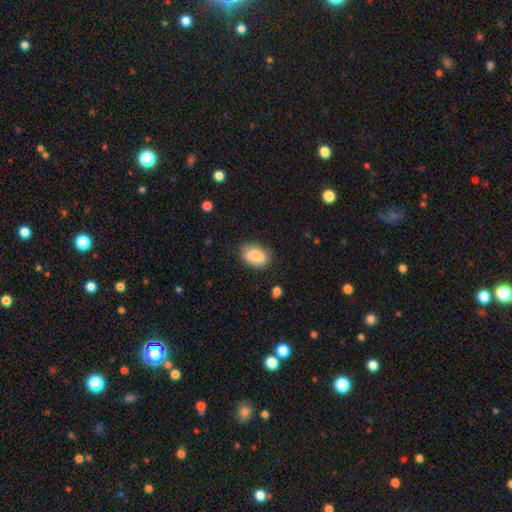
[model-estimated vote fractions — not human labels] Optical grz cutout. It shows a smooth galaxy with no disk features (83%) that is in between round and cigar-shaped (89%). Merging: none (73%).